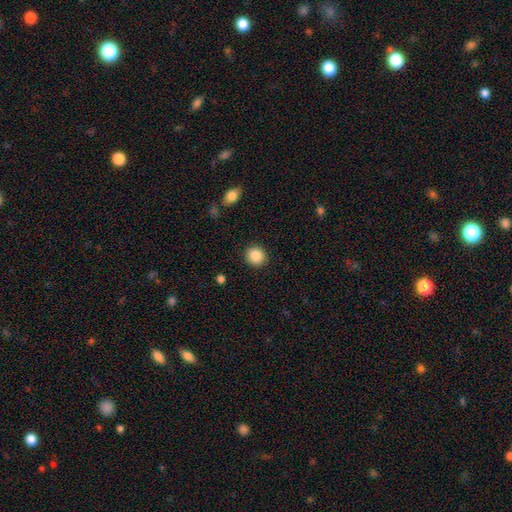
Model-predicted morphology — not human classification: A smooth galaxy with no disk features (87%) that is round (85%).

Vote fractions:
- Smooth or featured? smooth: 87% / star or artifact: 9% / featured or disk: 5%
- How rounded? round: 85% / in between: 14% / cigar-shaped: 1%
- Merging? none: 91% / minor disturbance: 6% / major disturbance: 2% / merger: 1%